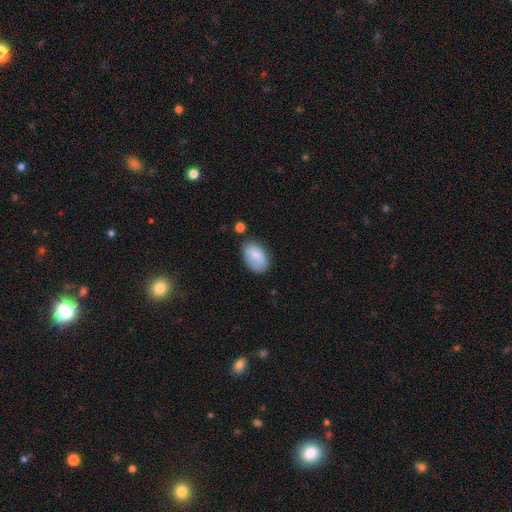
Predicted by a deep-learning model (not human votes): Smooth or featured? Predicted: smooth (p=0.79). How rounded? Predicted: in between (p=0.92). Merging? Predicted: none (p=0.66).